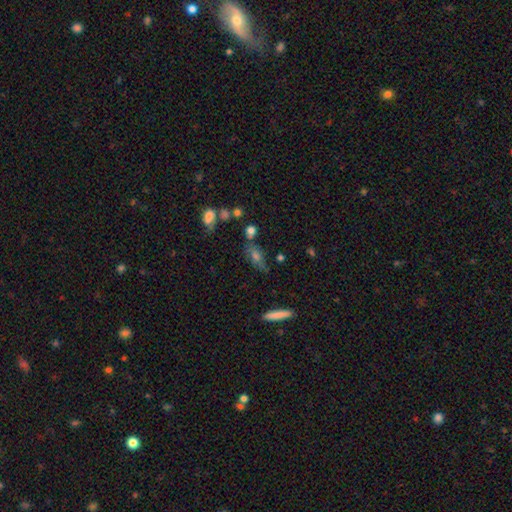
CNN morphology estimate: Smooth or featured? Predicted: smooth (p=0.50). Merging? Predicted: none (p=0.58).